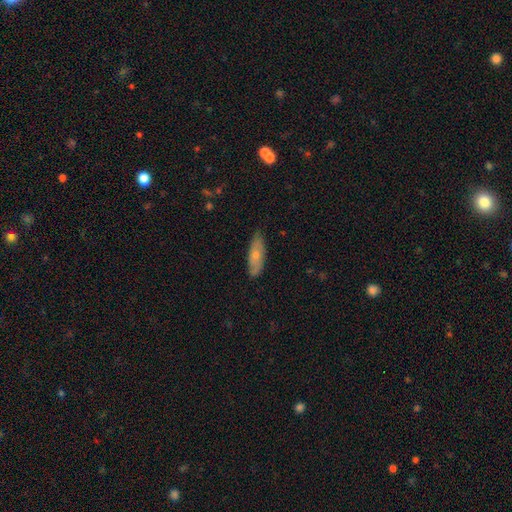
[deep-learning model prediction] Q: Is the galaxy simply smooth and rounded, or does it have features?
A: smooth — 61%.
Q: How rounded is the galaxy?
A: in between — 59%.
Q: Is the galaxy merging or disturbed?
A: none — 79%.